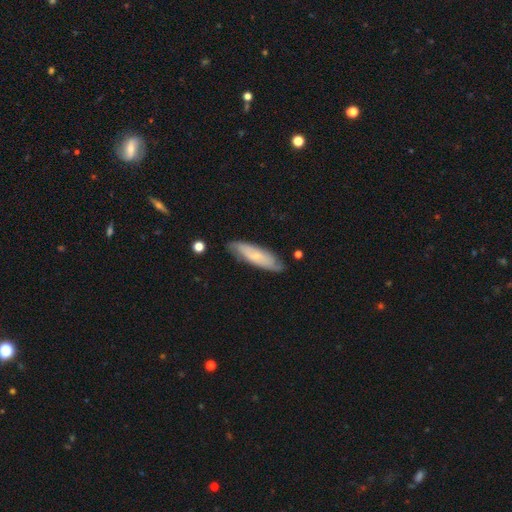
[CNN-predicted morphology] A featured or disk galaxy (48%).

Vote fractions:
- Smooth or featured? featured or disk: 48% / smooth: 46% / star or artifact: 6%
- Merging? none: 77% / minor disturbance: 18% / major disturbance: 3% / merger: 2%